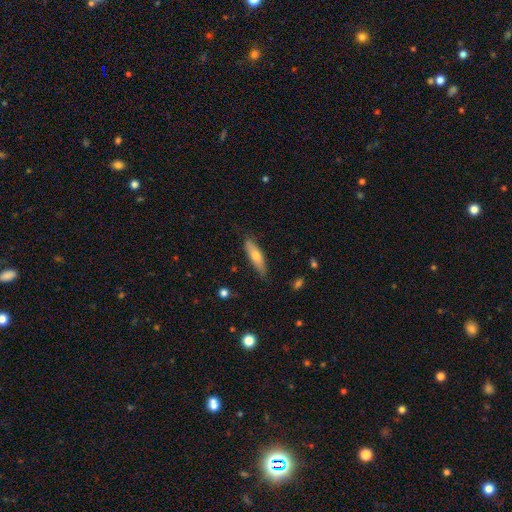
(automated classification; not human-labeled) Morphology: type=smooth (63%); roundness=cigar-shaped (62%); merging=none (80%).